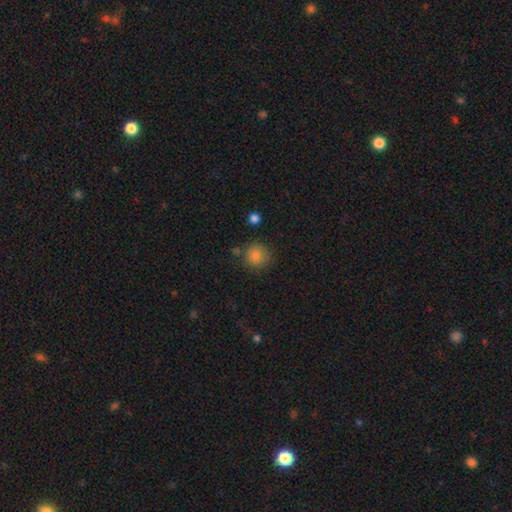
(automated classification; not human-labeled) smooth_or_featured: smooth (p=0.84) [alt: star or artifact p=0.11]
how_rounded: round (p=0.91) [alt: in between p=0.08]
merging: none (p=0.81) [alt: minor disturbance p=0.11]